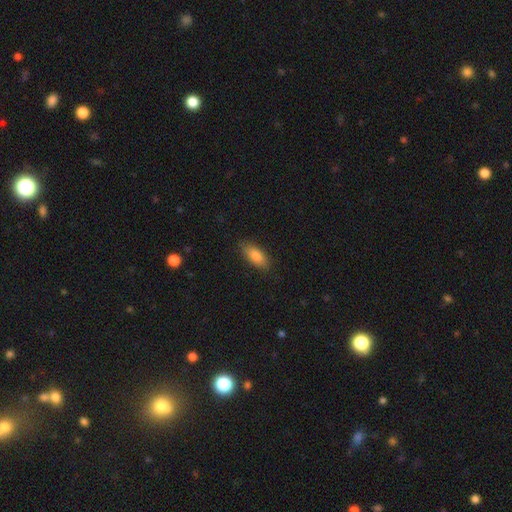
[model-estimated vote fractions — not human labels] Smooth or featured: smooth — 83% (featured or disk — 10%)
How rounded: in between — 84% (cigar-shaped — 13%)
Merging: none — 83% (minor disturbance — 13%)